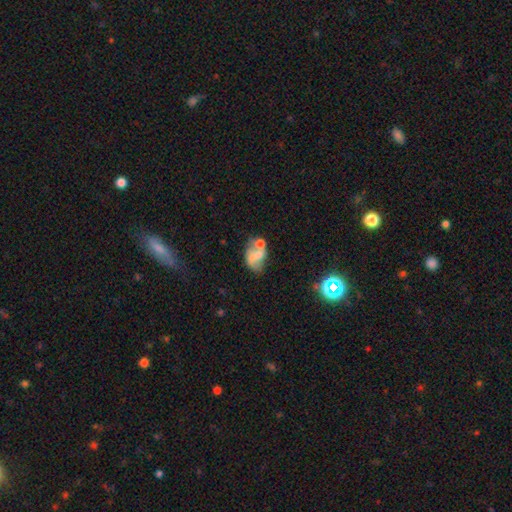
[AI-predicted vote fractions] This appears to be a featured or disk galaxy (44%, tied with smooth). Merging: merger (41%).